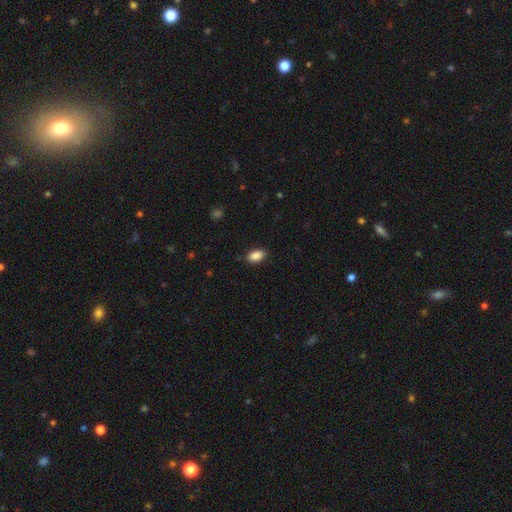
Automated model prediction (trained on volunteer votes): Q: Smooth or featured?
A: smooth (89%); runner-up: star or artifact (8%)
Q: How rounded?
A: in between (92%); runner-up: round (6%)
Q: Merging?
A: none (86%); runner-up: minor disturbance (11%)